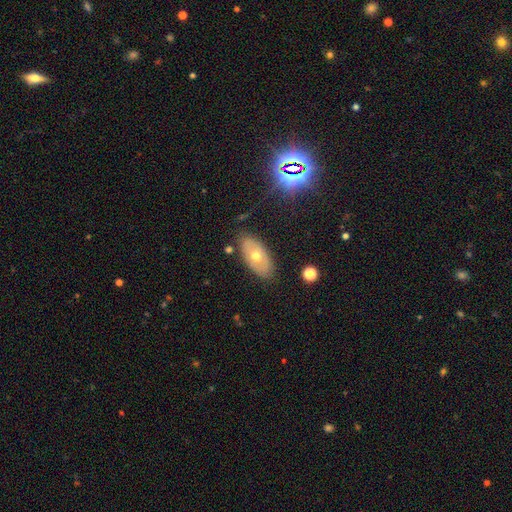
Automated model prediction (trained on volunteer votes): smooth_or_featured: featured or disk (p=0.46) [alt: smooth p=0.45]
merging: none (p=0.81) [alt: minor disturbance p=0.14]